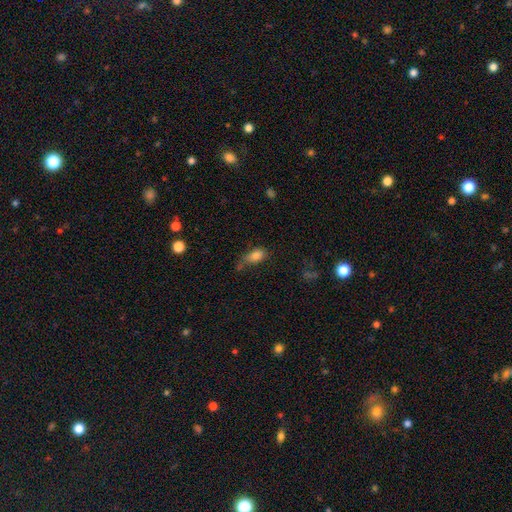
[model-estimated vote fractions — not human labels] A smooth galaxy with no disk features (82%) that is in between round and cigar-shaped (87%). Merging: none (45%).